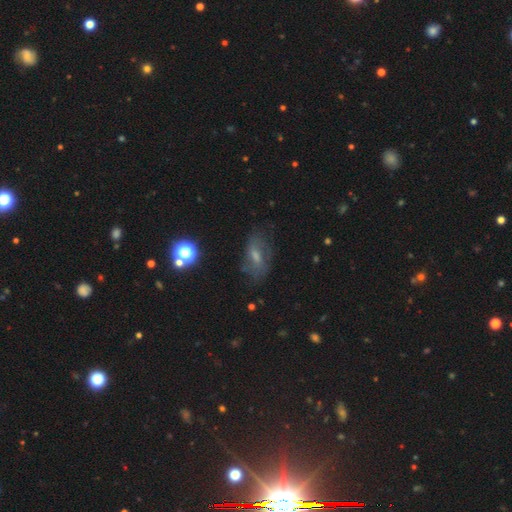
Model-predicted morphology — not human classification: featured or disk 46%, smooth 34%, star or artifact 20%. Down the decision tree: merging — none (66%).